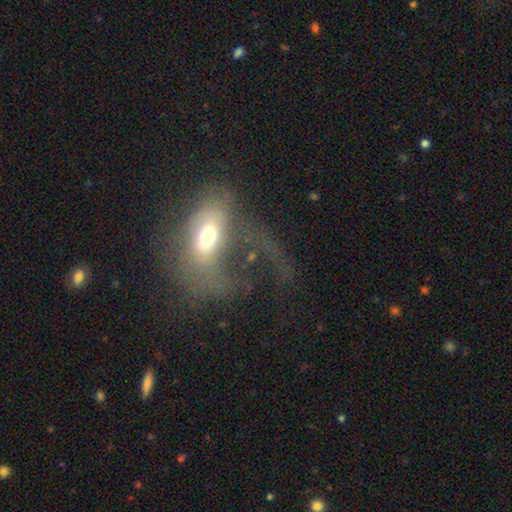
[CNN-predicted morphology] A featured or disk galaxy (44%). Merging: major disturbance (60%).